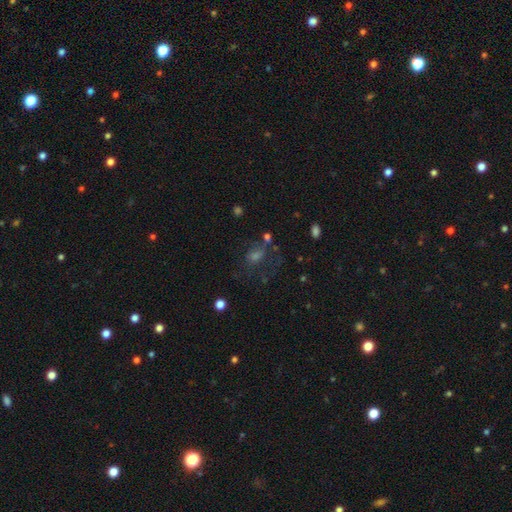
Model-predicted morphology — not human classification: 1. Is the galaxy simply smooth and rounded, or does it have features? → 36% smooth, 34% featured or disk, 30% star or artifact.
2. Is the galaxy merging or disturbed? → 48% none, 26% major disturbance, 18% minor disturbance, 8% merger.